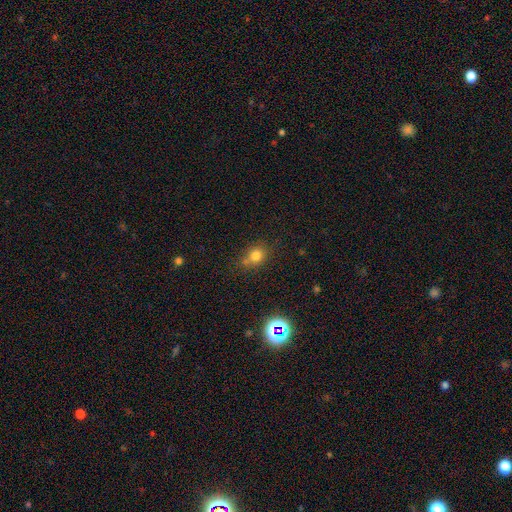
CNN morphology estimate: Overall: smooth (76%). How rounded: round (69%; in between 30%). Merging: none (61%).